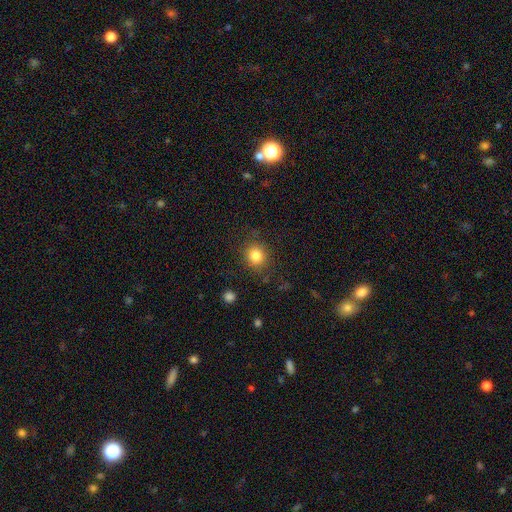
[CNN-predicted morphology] The model was most divided on "how rounded": round: 82%, in between: 17%, cigar-shaped: 1%. More confident: merging — none (85%); smooth or featured — smooth (83%).